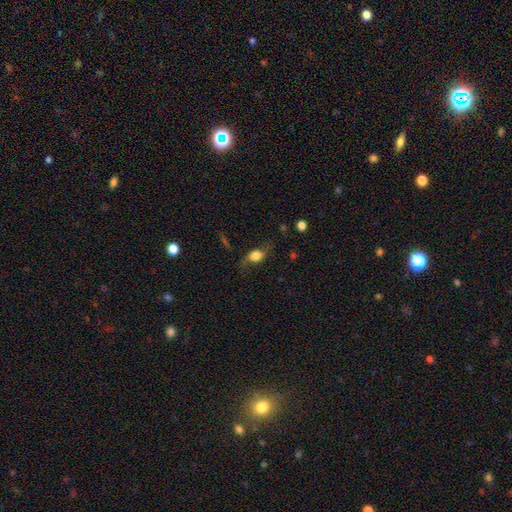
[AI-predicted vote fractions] This appears to be a smooth galaxy with no disk features (67%) that is in between round and cigar-shaped (72%). Merging: none (60%).